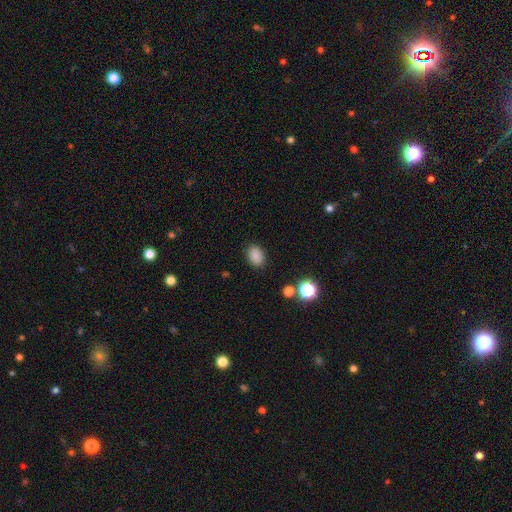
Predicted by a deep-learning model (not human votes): This appears to be a smooth galaxy with no disk features (85%) that is in between round and cigar-shaped (78%). Merging: none (87%).